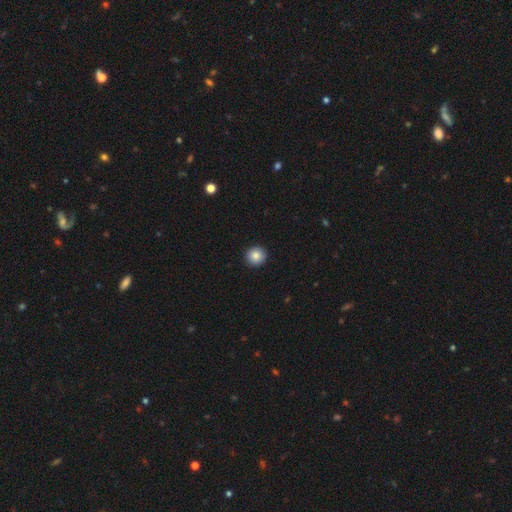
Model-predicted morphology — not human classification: Overall: smooth (85%). How rounded: round (94%). Merging: none (93%).